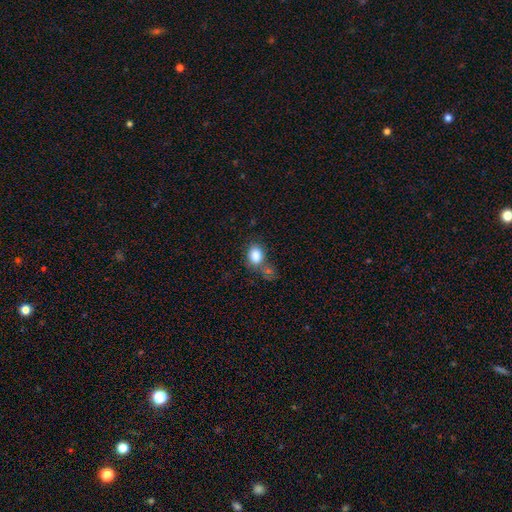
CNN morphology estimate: smooth_or_featured: smooth (p=0.85) [alt: star or artifact p=0.09]
how_rounded: in between (p=0.64) [alt: round p=0.35]
merging: none (p=0.50) [alt: merger p=0.24]